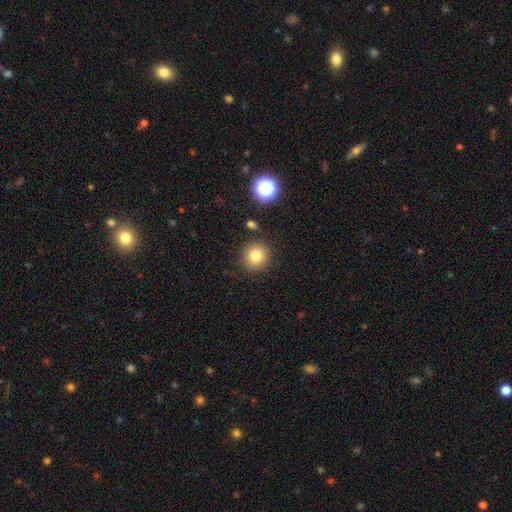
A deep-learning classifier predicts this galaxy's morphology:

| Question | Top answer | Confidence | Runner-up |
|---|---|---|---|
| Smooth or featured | smooth | 82% | star or artifact (12%) |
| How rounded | round | 91% | in between (8%) |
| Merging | none | 86% | minor disturbance (8%) |